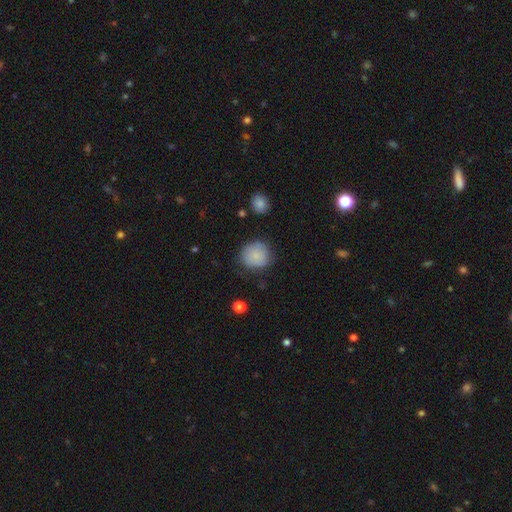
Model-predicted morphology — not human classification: A smooth galaxy with no disk features (82%) that is round (84%). Merging: none (70%).